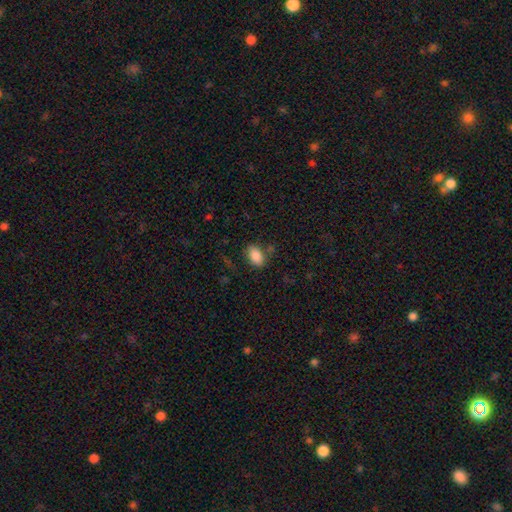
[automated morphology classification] Overall: smooth (86%). How rounded: in between (89%). Merging: none (73%).